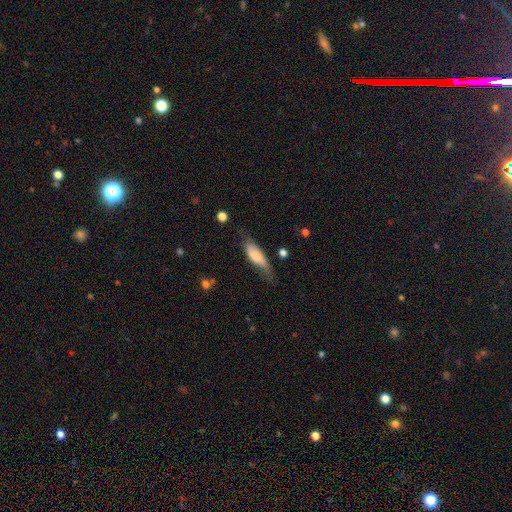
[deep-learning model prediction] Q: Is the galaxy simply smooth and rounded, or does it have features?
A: smooth — 66%.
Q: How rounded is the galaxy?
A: in between — 60%.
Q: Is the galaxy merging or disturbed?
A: none — 44%.